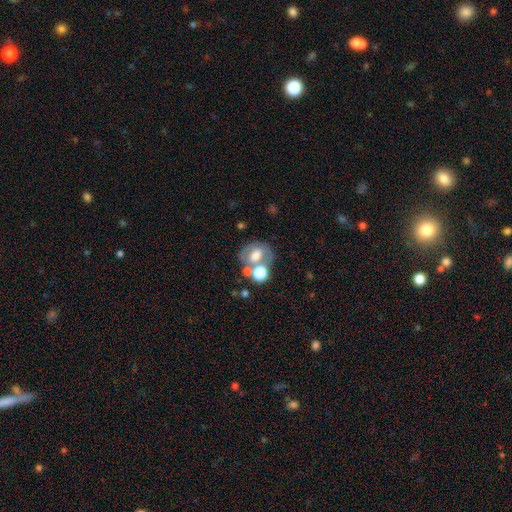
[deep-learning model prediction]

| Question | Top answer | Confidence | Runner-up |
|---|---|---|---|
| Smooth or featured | smooth | 51% | featured or disk (37%) |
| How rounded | in between | 55% | round (44%) |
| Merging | none | 46% | merger (30%) |